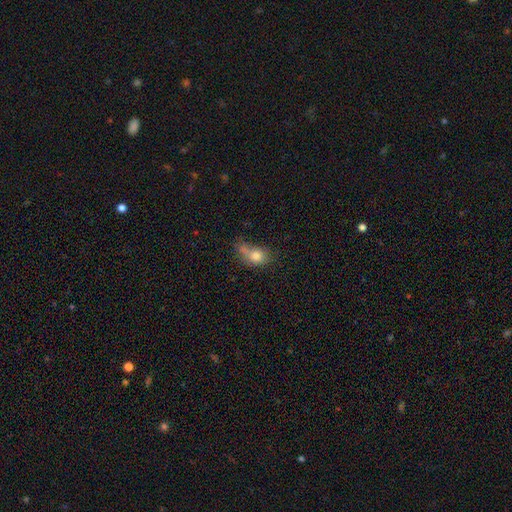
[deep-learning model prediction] A smooth galaxy with no disk features (75%) that is in between round and cigar-shaped (55%).

Vote fractions:
- Smooth or featured? smooth: 75% / featured or disk: 14% / star or artifact: 10%
- How rounded? in between: 55% / round: 42% / cigar-shaped: 2%
- Merging? none: 32% / merger: 27% / minor disturbance: 23% / major disturbance: 18%